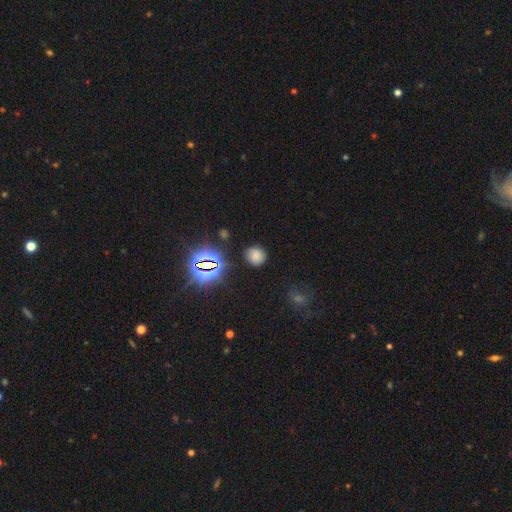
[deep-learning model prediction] smooth 69%, star or artifact 23%, featured or disk 8%. Down the decision tree: how rounded — round (84%); merging — none (83%).